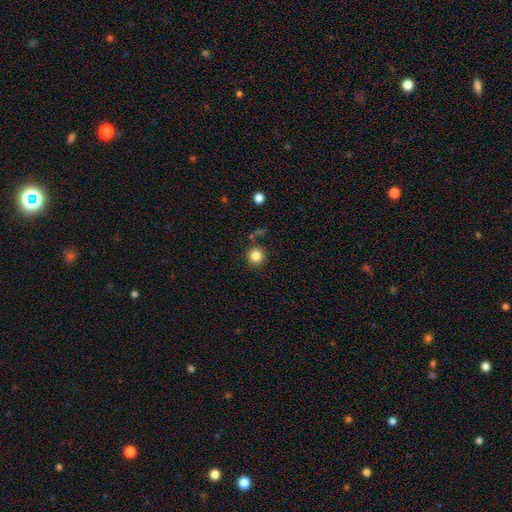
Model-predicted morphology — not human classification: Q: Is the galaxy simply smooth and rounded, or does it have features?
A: smooth — 84%.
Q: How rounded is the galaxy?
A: round — 94%.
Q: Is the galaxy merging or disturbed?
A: none — 84%.